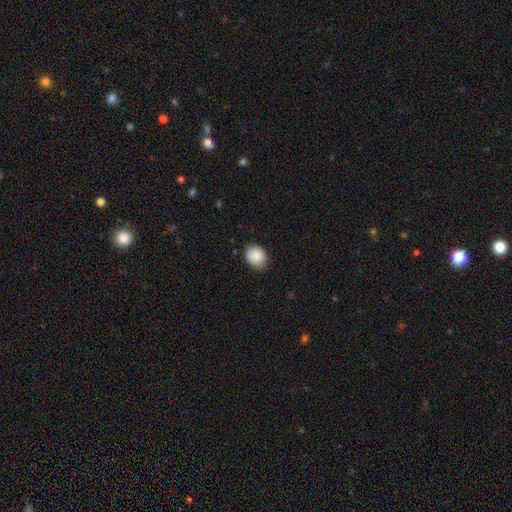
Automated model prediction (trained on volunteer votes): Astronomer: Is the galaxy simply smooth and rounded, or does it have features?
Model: smooth — 88%.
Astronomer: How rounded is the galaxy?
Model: round — 65%.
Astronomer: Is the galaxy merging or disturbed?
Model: none — 80%.